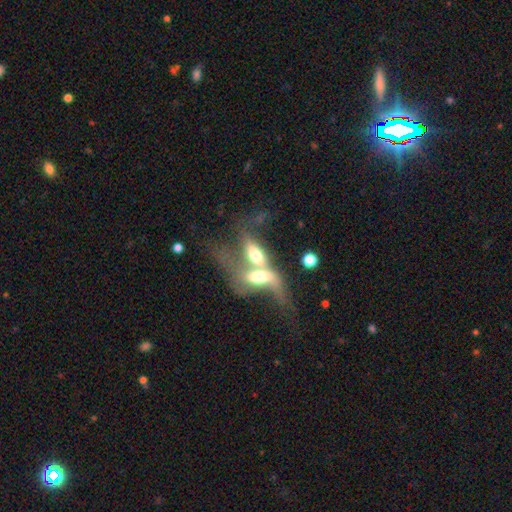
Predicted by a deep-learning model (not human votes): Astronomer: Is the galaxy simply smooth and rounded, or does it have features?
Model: featured or disk — 47% (runner-up: smooth, 44%).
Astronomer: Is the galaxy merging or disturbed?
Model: merger — 80%.